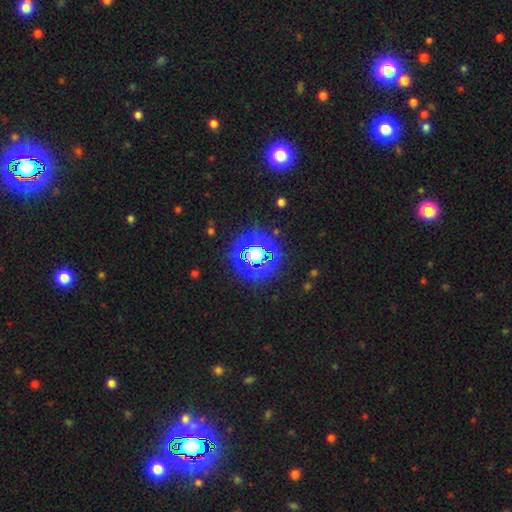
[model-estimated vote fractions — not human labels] smooth-or-featured: star or artifact: 73% | smooth: 17% | featured or disk: 10%